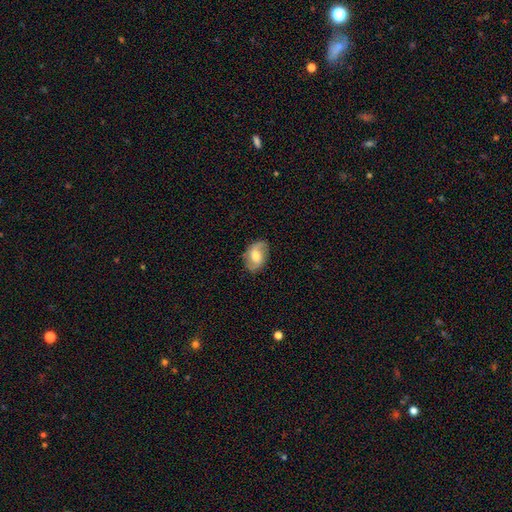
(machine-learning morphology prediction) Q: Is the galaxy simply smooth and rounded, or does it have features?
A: featured or disk — 55%.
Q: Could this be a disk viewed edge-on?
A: no — 95%.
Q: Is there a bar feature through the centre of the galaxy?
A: weak — 45%.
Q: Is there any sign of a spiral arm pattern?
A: yes — 83%.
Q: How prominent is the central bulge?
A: moderate — 68%.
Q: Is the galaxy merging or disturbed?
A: none — 79%.